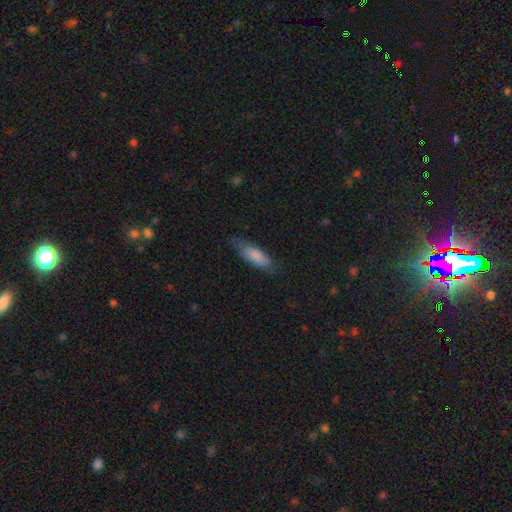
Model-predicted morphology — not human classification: smooth 82%, featured or disk 12%, star or artifact 6%. Down the decision tree: how rounded — in between (58%); merging — none (69%).